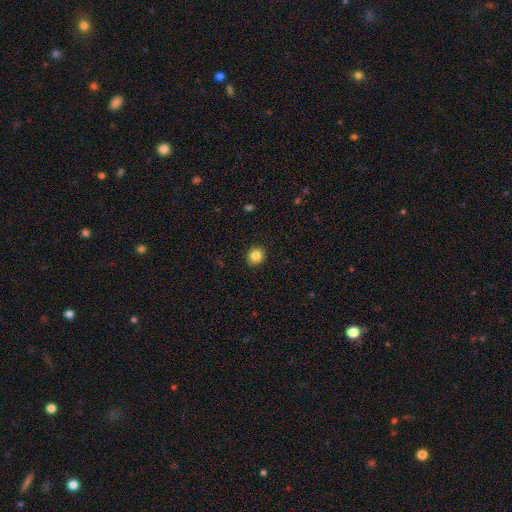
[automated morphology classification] Overall: smooth (85%). How rounded: round (78%). Merging: none (91%).